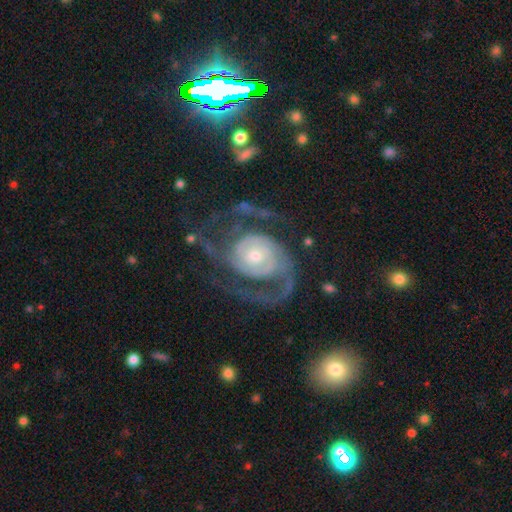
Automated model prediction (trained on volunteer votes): This appears to be a featured or disk galaxy (90%) with no bar (71%), 2 (65%) medium (42%) spiral arms (96%) and a small central bulge (57%). Merging: none (54%).